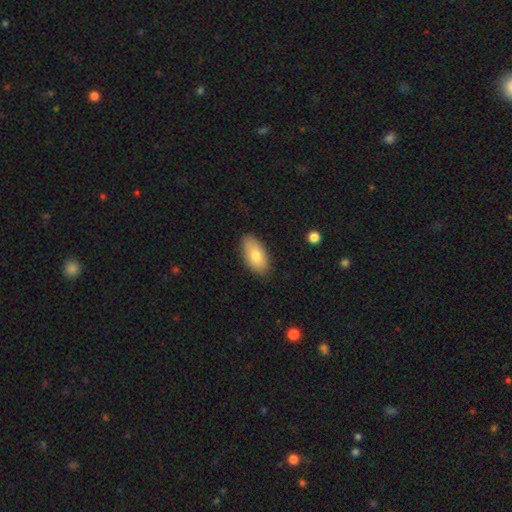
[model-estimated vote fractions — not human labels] The model was most divided on "smooth or featured": smooth: 77%, featured or disk: 16%, star or artifact: 7%. More confident: how rounded — in between (93%); merging — none (85%).